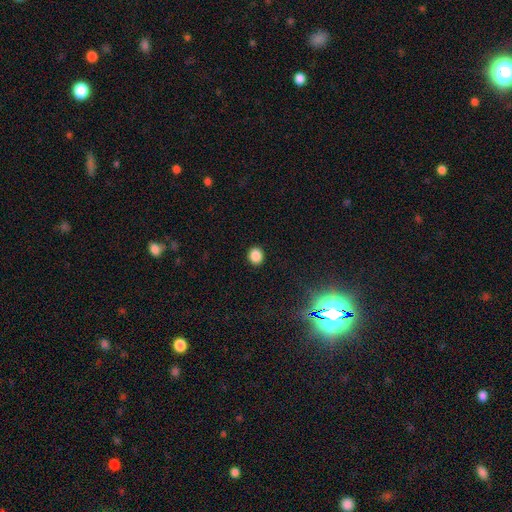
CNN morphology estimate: smooth_or_featured: smooth (p=0.85) [alt: star or artifact p=0.12]
how_rounded: round (p=0.75) [alt: in between p=0.24]
merging: none (p=0.91) [alt: minor disturbance p=0.06]